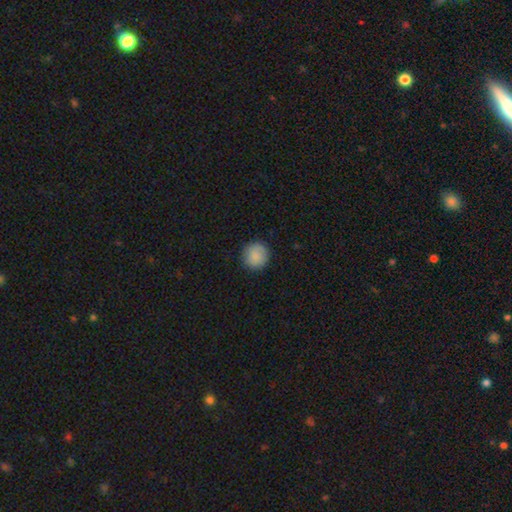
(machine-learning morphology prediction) smooth_or_featured: smooth (p=0.88) [alt: star or artifact p=0.07]
how_rounded: round (p=0.93) [alt: in between p=0.06]
merging: none (p=0.89) [alt: minor disturbance p=0.08]